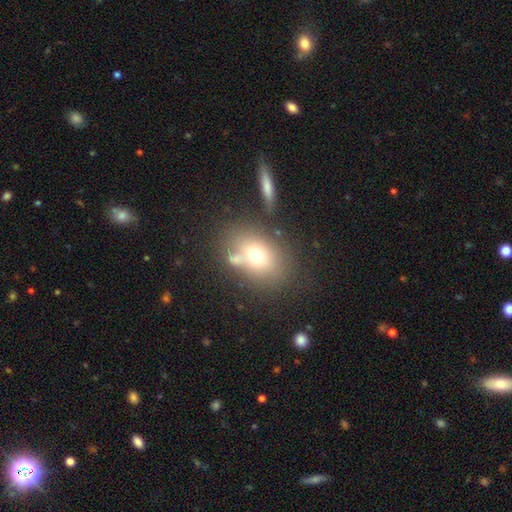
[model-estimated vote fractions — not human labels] This appears to be a smooth galaxy with no disk features (67%) that is in between round and cigar-shaped (64%). Merging: none (58%).